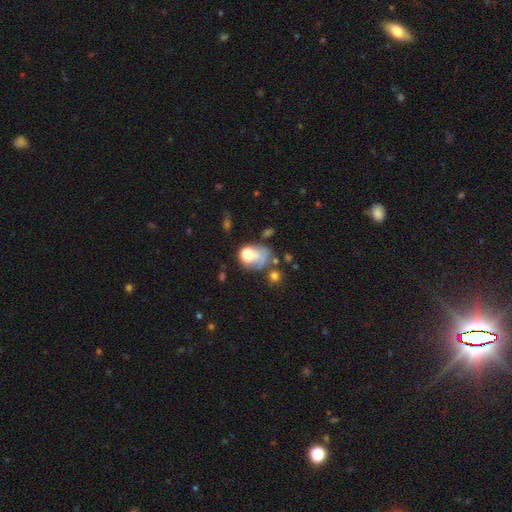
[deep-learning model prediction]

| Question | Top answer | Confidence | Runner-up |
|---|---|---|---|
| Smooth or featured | smooth | 58% | featured or disk (23%) |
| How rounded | round | 50% | in between (49%) |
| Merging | none | 31% | major disturbance (29%) |